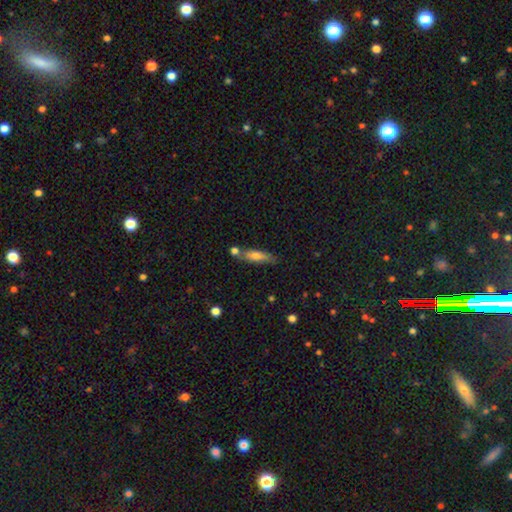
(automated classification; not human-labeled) Smooth or featured: smooth — 64% (featured or disk — 29%)
How rounded: cigar-shaped — 65% (in between — 32%)
Merging: none — 62% (minor disturbance — 17%)